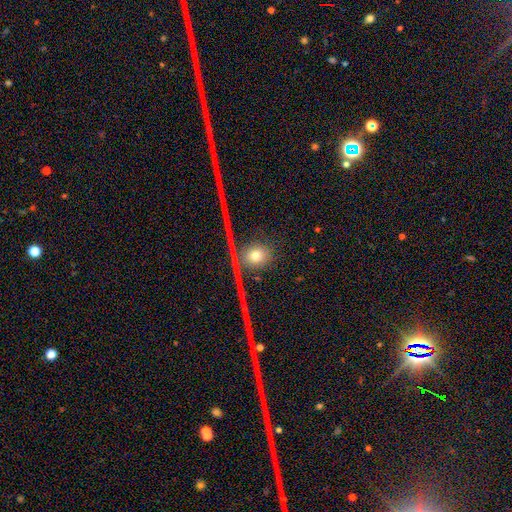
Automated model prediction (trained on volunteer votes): Morphology: type=smooth (68%); roundness=round (83%); merging=none (75%).